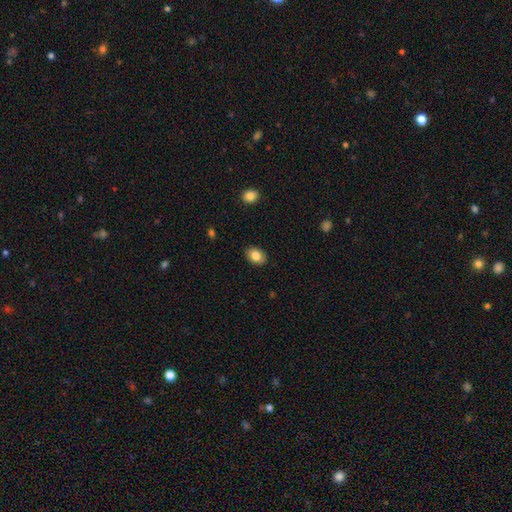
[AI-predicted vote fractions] This appears to be a smooth galaxy with no disk features (84%) that is in between round and cigar-shaped (72%). Merging: none (89%).